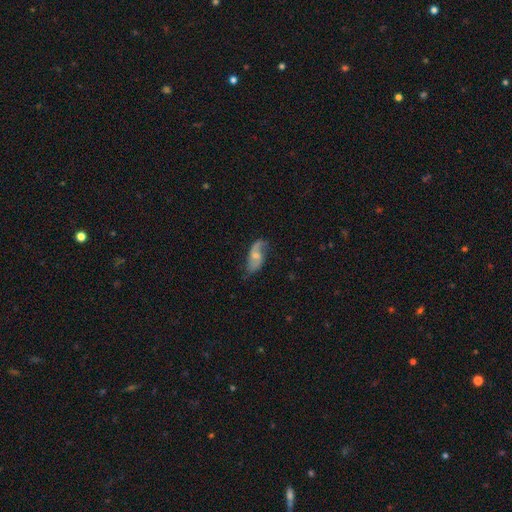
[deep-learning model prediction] This appears to be a featured or disk galaxy (69%) with no bar (49%), 2 (84%) loose (70%) spiral arms (90%) and a small central bulge (44%). Merging: none (63%).